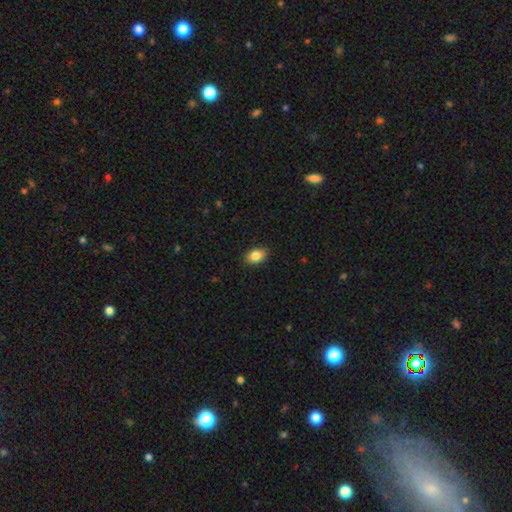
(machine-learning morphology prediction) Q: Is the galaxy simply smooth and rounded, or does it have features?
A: smooth — 84%.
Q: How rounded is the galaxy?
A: in between — 79%.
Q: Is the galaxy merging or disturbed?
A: none — 87%.